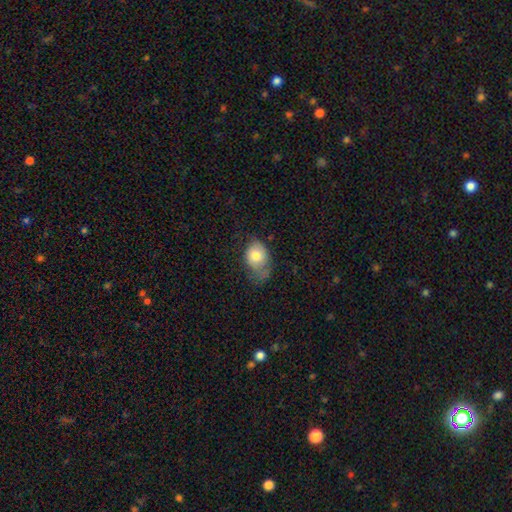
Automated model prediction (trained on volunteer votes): Q: Smooth or featured?
A: smooth (73%); runner-up: featured or disk (19%)
Q: How rounded?
A: in between (73%); runner-up: round (25%)
Q: Merging?
A: minor disturbance (42%); runner-up: none (32%)